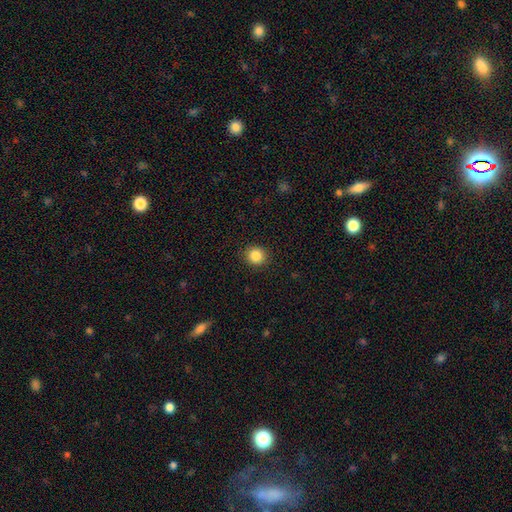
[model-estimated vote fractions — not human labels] A smooth galaxy with no disk features (86%) that is round (88%). Merging: none (91%).